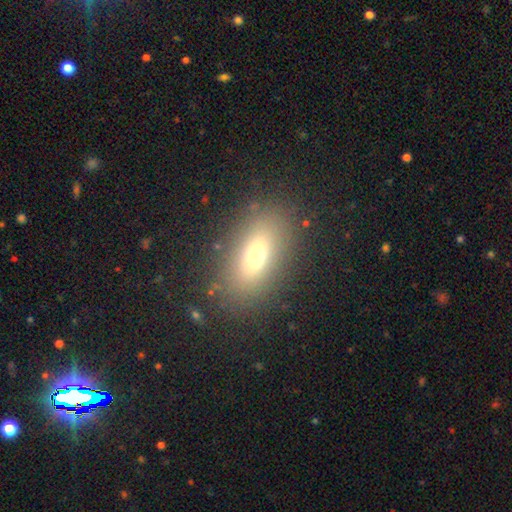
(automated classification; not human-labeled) Smooth or featured? smooth (69%)
How rounded? in between (81%)
Merging? none (84%)